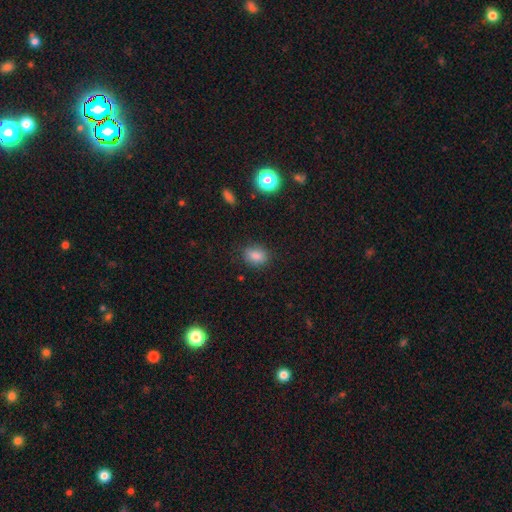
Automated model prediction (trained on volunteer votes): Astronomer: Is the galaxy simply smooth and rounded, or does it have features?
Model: smooth — 84%.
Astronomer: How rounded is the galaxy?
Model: in between — 65%.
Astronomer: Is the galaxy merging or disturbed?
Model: none — 84%.